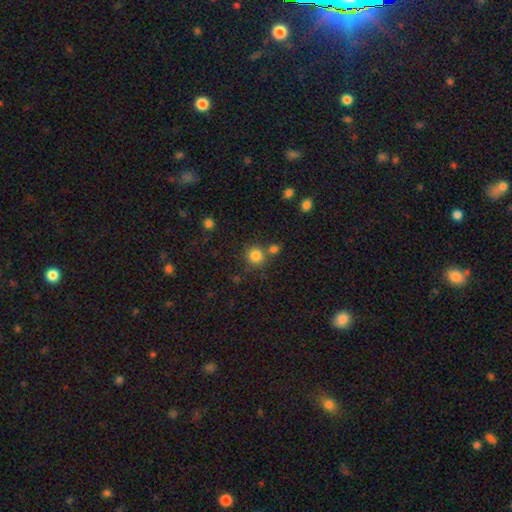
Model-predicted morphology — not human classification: Smooth or featured? smooth (82%)
How rounded? round (91%)
Merging? none (70%)